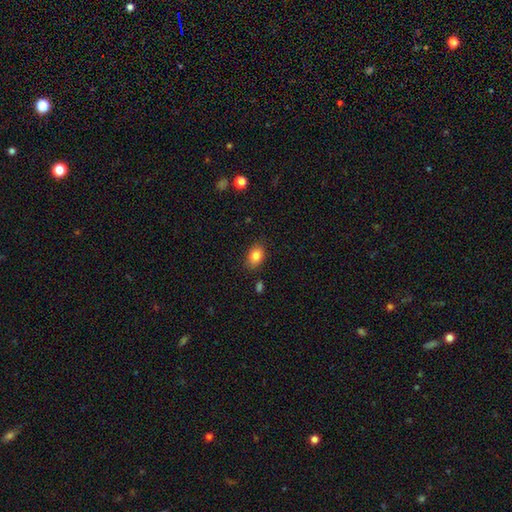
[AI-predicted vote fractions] Smooth or featured: smooth — 84% (star or artifact — 9%)
How rounded: in between — 82% (round — 16%)
Merging: none — 84% (minor disturbance — 11%)